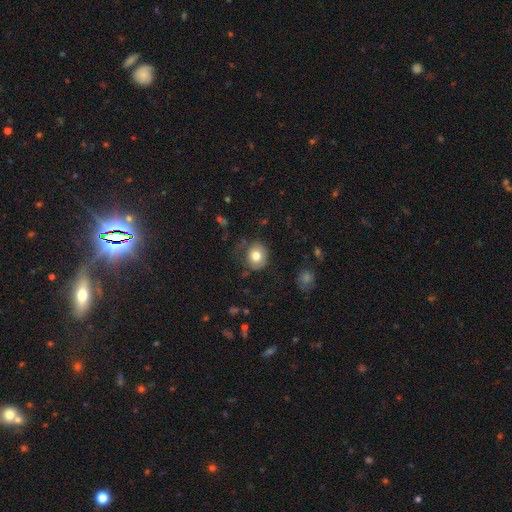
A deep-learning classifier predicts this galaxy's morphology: A smooth galaxy with no disk features (78%) that is round (79%).

Vote fractions:
- Smooth or featured? smooth: 78% / featured or disk: 12% / star or artifact: 10%
- How rounded? round: 79% / in between: 20% / cigar-shaped: 1%
- Merging? none: 69% / minor disturbance: 19% / major disturbance: 9% / merger: 2%